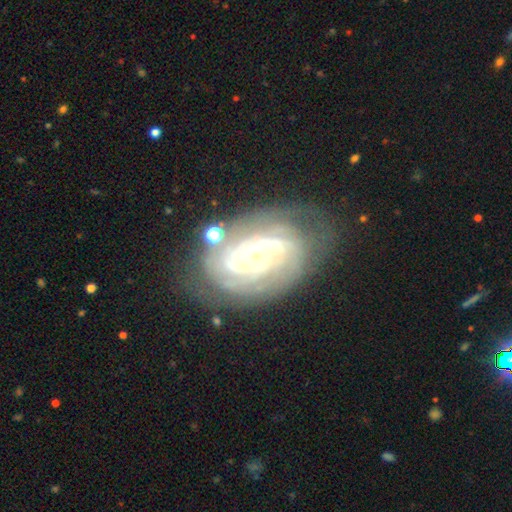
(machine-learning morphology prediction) Overall: featured or disk (87%). Edge-on disk: no (96%). Bar: weak (40%; strong 39%). Spiral arms: yes (96%). Spiral arm count: 2 (34%; can't tell 26%). Spiral winding: tight (69%). Bulge size: moderate (59%; small 27%). Merging: none (69%).